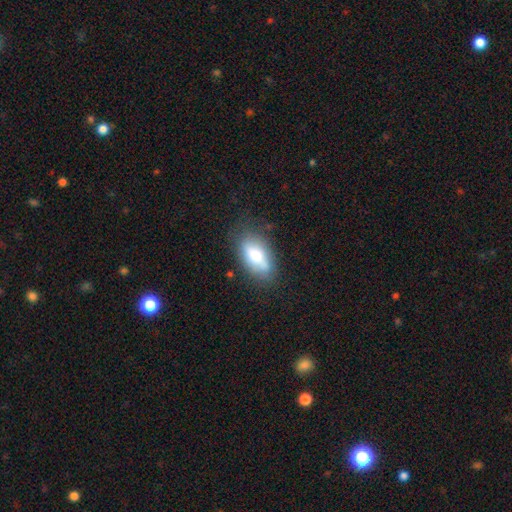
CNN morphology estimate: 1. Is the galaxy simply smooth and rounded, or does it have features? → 66% smooth, 26% featured or disk, 8% star or artifact.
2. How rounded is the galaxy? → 87% in between, 9% cigar-shaped, 5% round.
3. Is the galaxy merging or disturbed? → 75% none, 18% minor disturbance, 5% major disturbance, 2% merger.